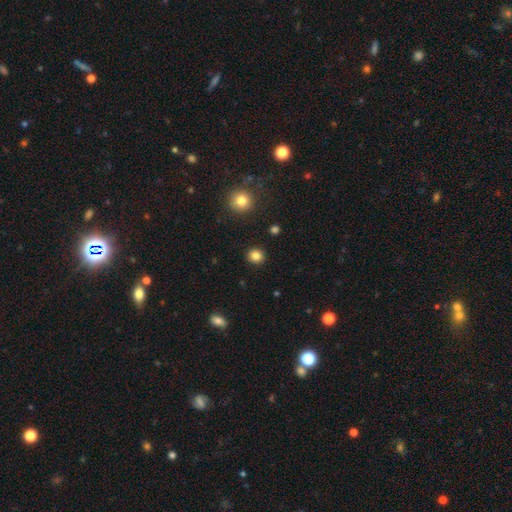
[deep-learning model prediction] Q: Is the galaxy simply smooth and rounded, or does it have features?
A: smooth — 84%.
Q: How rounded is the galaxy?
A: round — 88%.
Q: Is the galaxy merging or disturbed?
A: none — 91%.